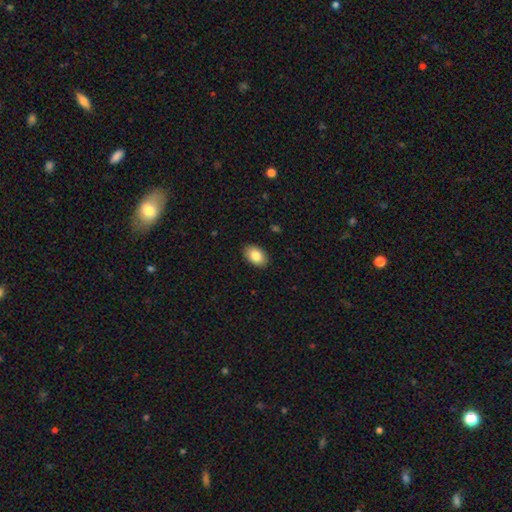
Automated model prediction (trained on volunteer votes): A smooth galaxy with no disk features (85%) that is in between round and cigar-shaped (88%). Merging: none (89%).